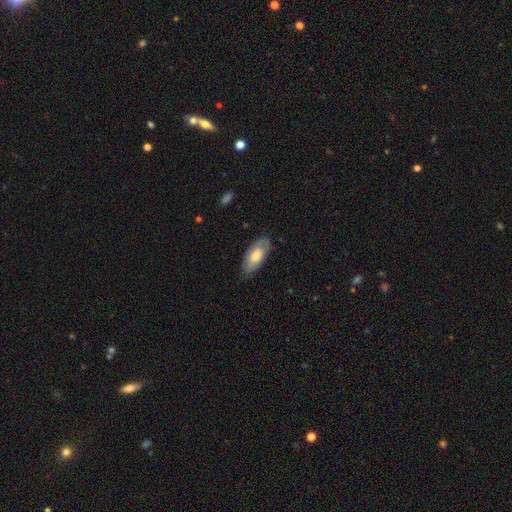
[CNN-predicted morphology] This is likely a smooth galaxy (66%). How rounded: clearly in between (88%). Merging: likely none (76%).